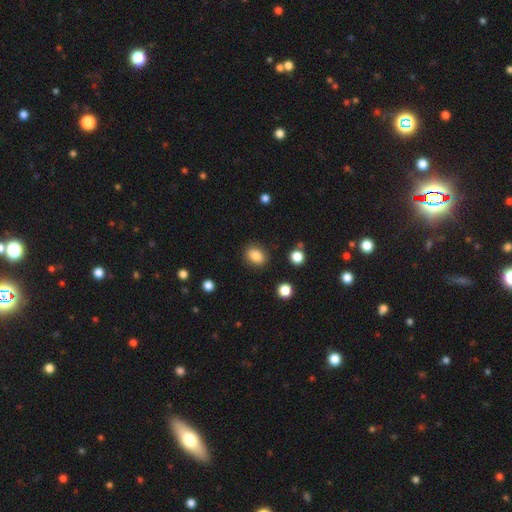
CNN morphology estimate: type=smooth (84%); roundness=in between (60%); merging=none (86%).